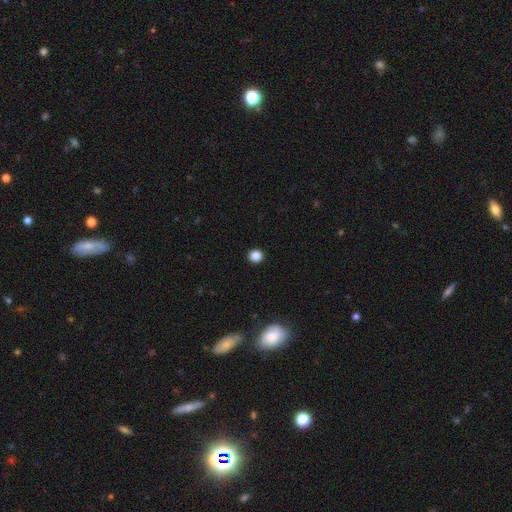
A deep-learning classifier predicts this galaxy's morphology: The model was most divided on "smooth or featured": smooth: 86%, star or artifact: 11%, featured or disk: 3%. More confident: merging — none (93%); how rounded — round (92%).